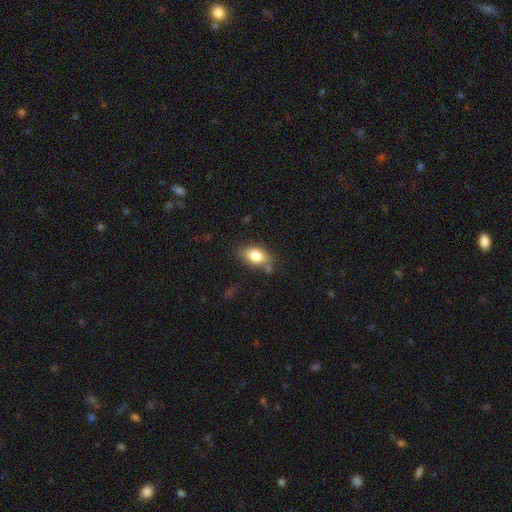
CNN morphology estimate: Smooth or featured? smooth (80%)
How rounded? in between (86%)
Merging? none (71%)